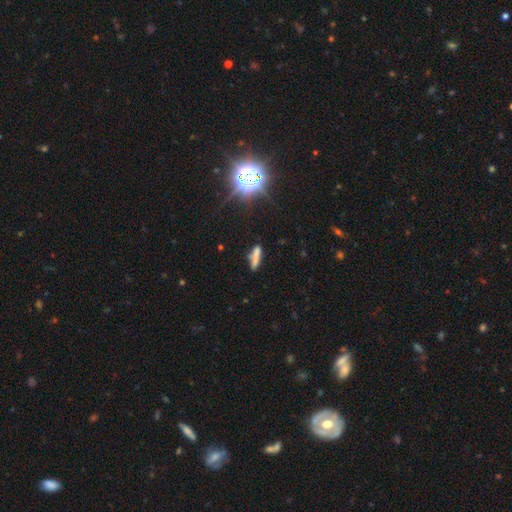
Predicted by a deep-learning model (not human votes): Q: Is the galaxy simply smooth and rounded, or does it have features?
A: smooth — 70%.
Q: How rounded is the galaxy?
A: cigar-shaped — 78%.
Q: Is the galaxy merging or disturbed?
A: none — 65%.